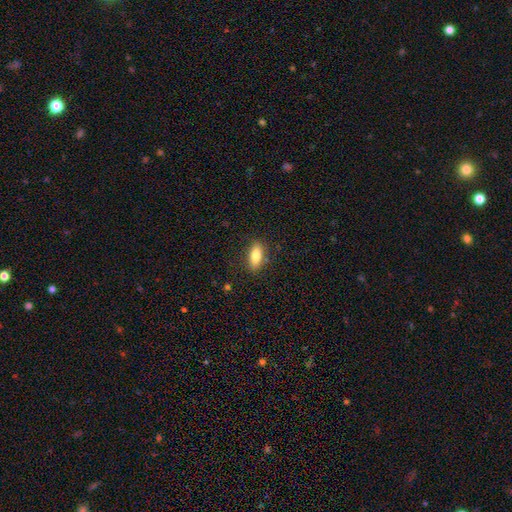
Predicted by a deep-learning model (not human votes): This is clearly a smooth galaxy (81%). How rounded: clearly in between (80%). Merging: clearly none (85%).